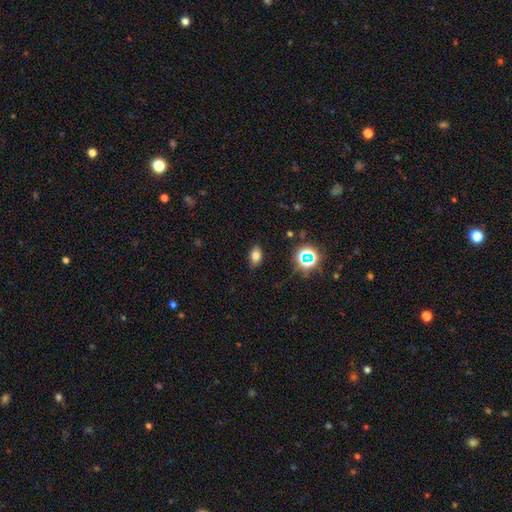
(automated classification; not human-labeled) A smooth galaxy with no disk features (73%) that is in between round and cigar-shaped (84%).

Vote fractions:
- Smooth or featured? smooth: 73% / star or artifact: 16% / featured or disk: 11%
- How rounded? in between: 84% / round: 13% / cigar-shaped: 2%
- Merging? none: 84% / minor disturbance: 12% / major disturbance: 3% / merger: 1%